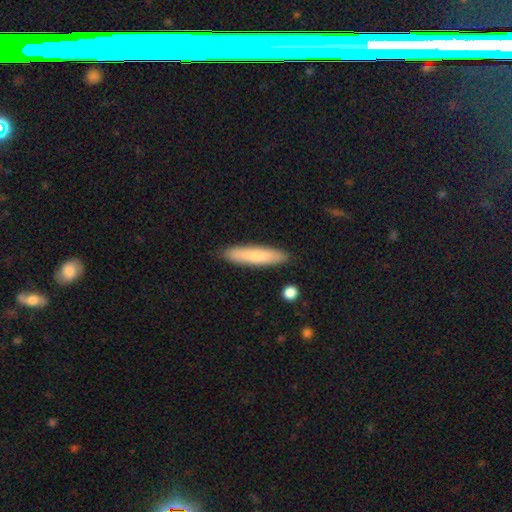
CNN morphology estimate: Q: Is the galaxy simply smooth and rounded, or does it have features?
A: smooth — 77%.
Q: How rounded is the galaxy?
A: cigar-shaped — 84%.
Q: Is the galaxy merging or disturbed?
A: none — 88%.